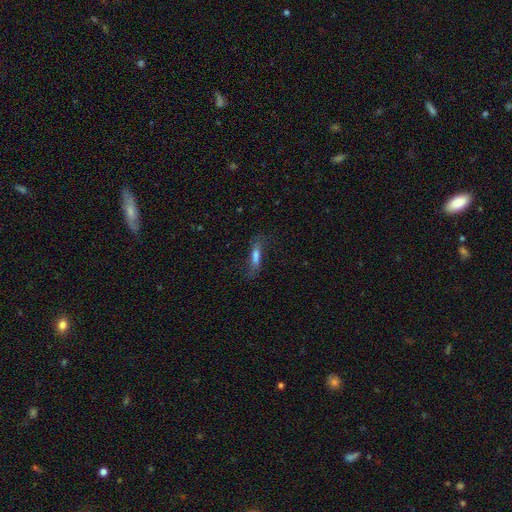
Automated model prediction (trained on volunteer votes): A smooth galaxy with no disk features (57%) that is cigar-shaped (61%). Merging: none (60%).